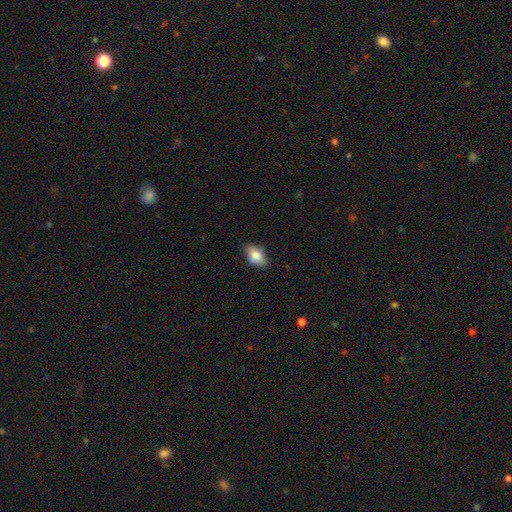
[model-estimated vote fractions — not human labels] A smooth galaxy with no disk features (82%) that is in between round and cigar-shaped (89%). Merging: none (81%).